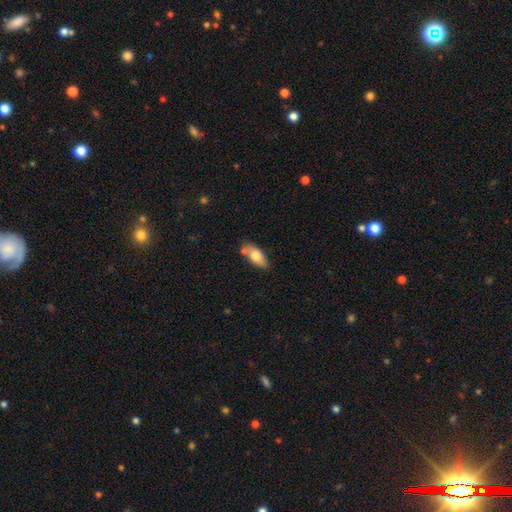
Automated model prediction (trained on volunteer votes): Morphology: type=smooth (71%); roundness=in between (85%); merging=none (64%).